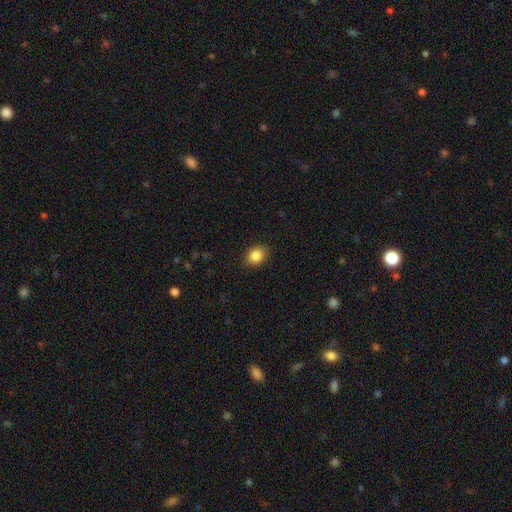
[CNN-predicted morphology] smooth-or-featured: smooth: 85% | star or artifact: 9% | featured or disk: 5%
  how-rounded: in between: 51% | round: 48% | cigar-shaped: 1%
  merging: none: 86% | minor disturbance: 10% | major disturbance: 2% | merger: 1%